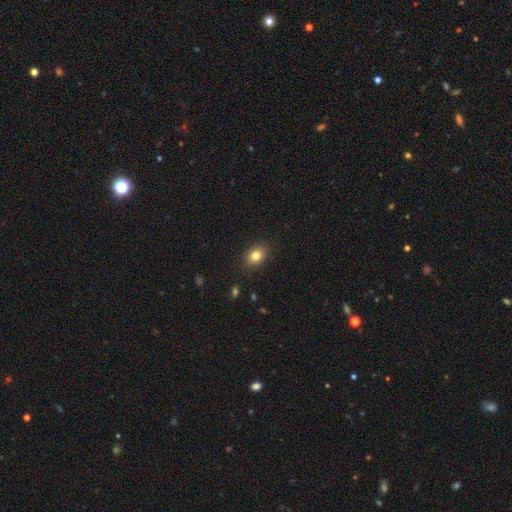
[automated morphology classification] smooth_or_featured: smooth (p=0.81) [alt: star or artifact p=0.10]
how_rounded: in between (p=0.65) [alt: round p=0.34]
merging: none (p=0.88) [alt: minor disturbance p=0.09]